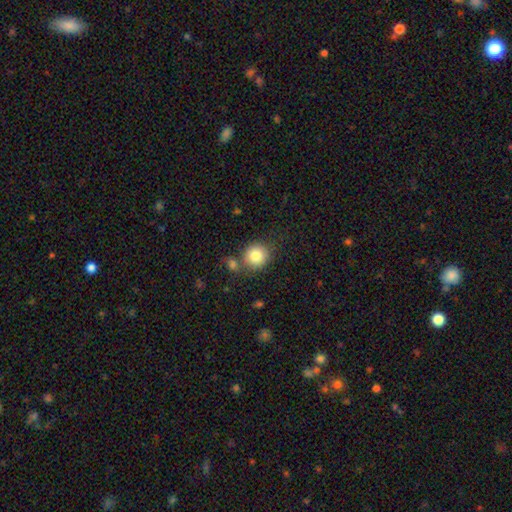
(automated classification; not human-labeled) Smooth or featured? Predicted: smooth (p=0.82). How rounded? Predicted: round (p=0.87). Merging? Predicted: none (p=0.68).